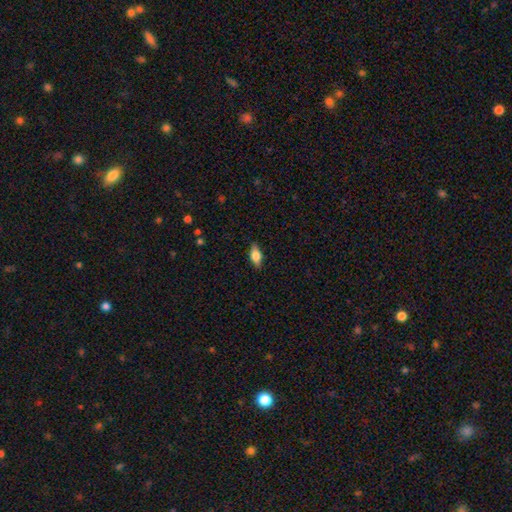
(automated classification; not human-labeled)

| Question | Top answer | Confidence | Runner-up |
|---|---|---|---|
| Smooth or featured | smooth | 63% | featured or disk (29%) |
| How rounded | in between | 81% | cigar-shaped (13%) |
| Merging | none | 84% | minor disturbance (13%) |